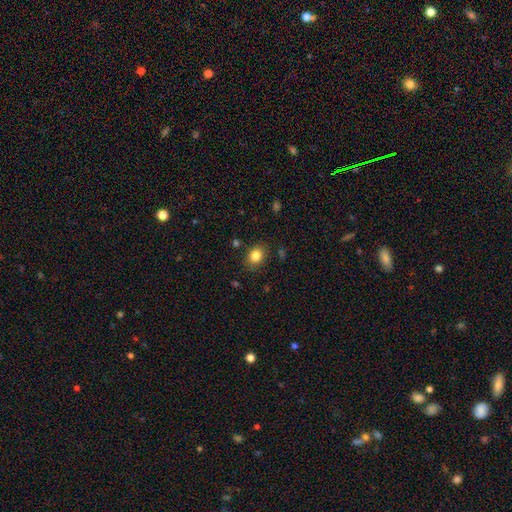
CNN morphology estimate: smooth 83%, star or artifact 10%, featured or disk 7%. Down the decision tree: how rounded — in between (50%); merging — none (83%).